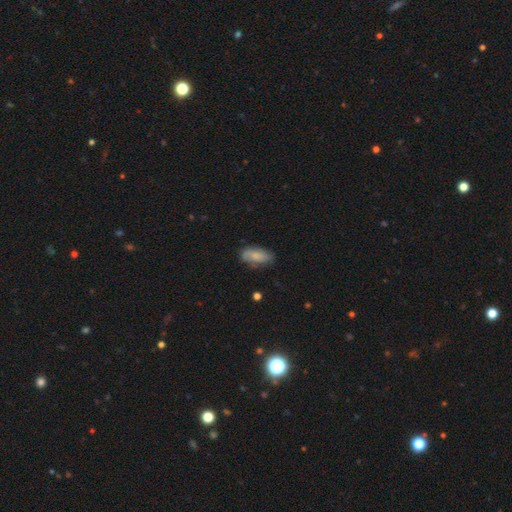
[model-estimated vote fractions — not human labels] Overall: smooth (73%). How rounded: in between (85%). Merging: none (66%).